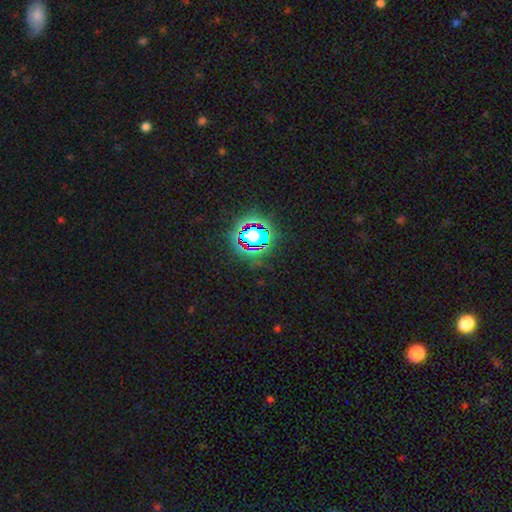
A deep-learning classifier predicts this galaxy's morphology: Q: Smooth or featured?
A: star or artifact (77%); runner-up: smooth (14%)